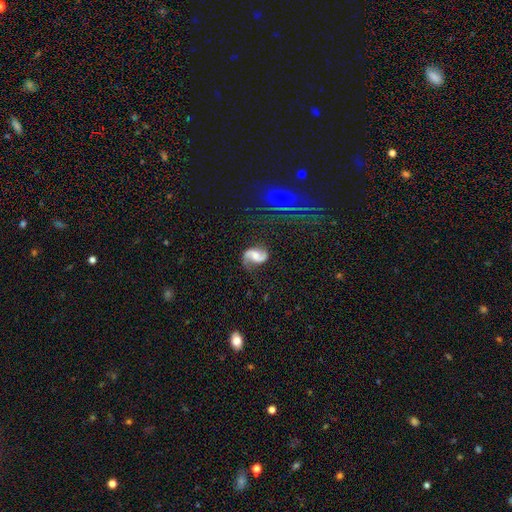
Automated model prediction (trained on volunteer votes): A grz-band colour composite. It shows a featured or disk galaxy (84%) with no bar (45%), 2 (91%) loose (49%) spiral arms (96%) and a moderate central bulge (34%). Merging: none (71%).